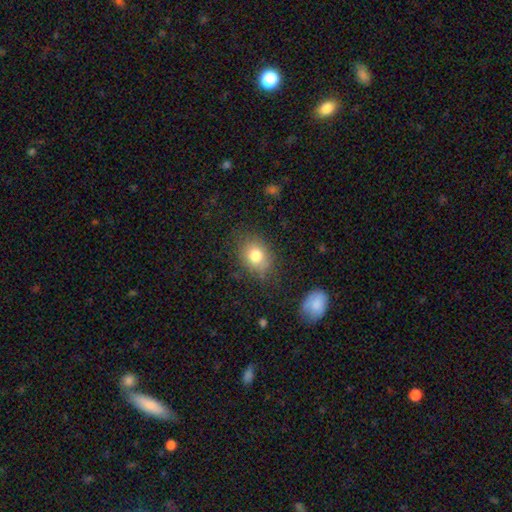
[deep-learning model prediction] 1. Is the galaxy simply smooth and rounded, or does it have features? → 79% smooth, 11% featured or disk, 10% star or artifact.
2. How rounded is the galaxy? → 53% in between, 46% round, 1% cigar-shaped.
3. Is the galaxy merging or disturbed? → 76% none, 16% minor disturbance, 5% major disturbance, 2% merger.